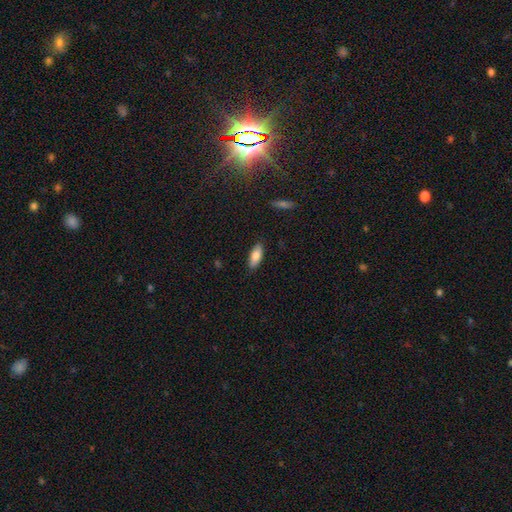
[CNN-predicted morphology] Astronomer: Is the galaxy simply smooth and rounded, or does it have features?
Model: smooth — 79%.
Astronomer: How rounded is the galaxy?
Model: in between — 76%.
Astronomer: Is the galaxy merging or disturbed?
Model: none — 87%.